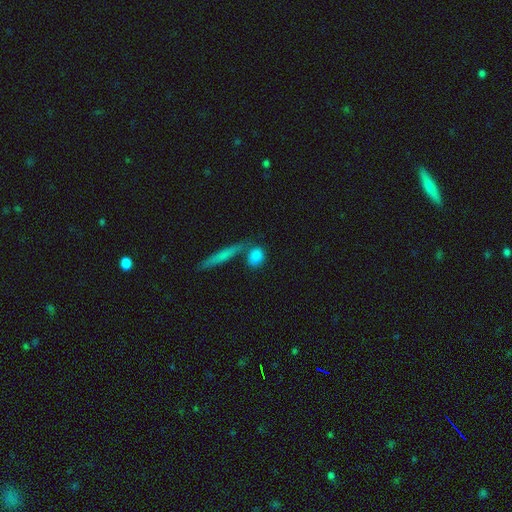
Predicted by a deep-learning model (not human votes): smooth 82%, featured or disk 9%, star or artifact 8%. Down the decision tree: how rounded — round (50%); merging — none (63%).